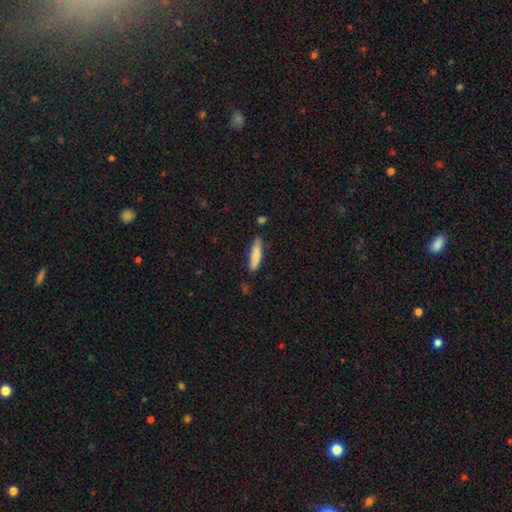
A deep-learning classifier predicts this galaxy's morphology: The model was most divided on "how rounded": cigar-shaped: 69%, in between: 29%, round: 1%. More confident: smooth or featured — smooth (84%); merging — none (77%).